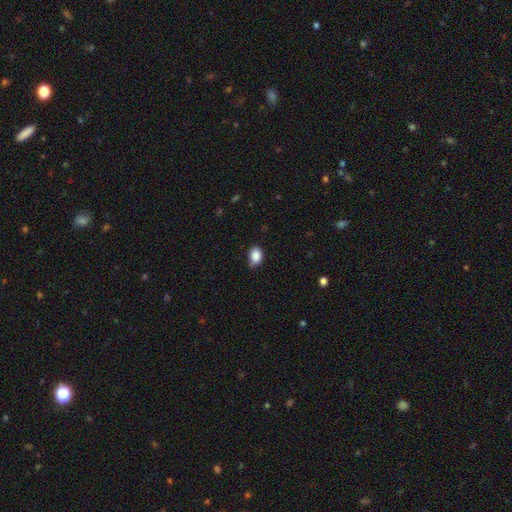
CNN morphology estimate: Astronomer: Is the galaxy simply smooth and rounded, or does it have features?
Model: smooth — 87%.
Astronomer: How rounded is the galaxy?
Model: in between — 75%.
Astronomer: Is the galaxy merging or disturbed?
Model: none — 64%.